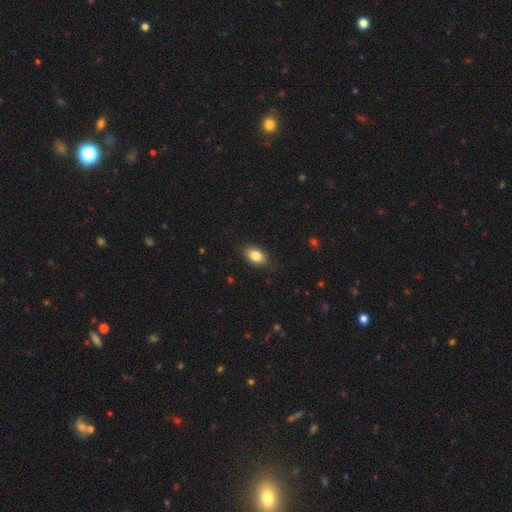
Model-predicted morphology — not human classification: Smooth or featured? smooth (83%)
How rounded? in between (88%)
Merging? none (83%)